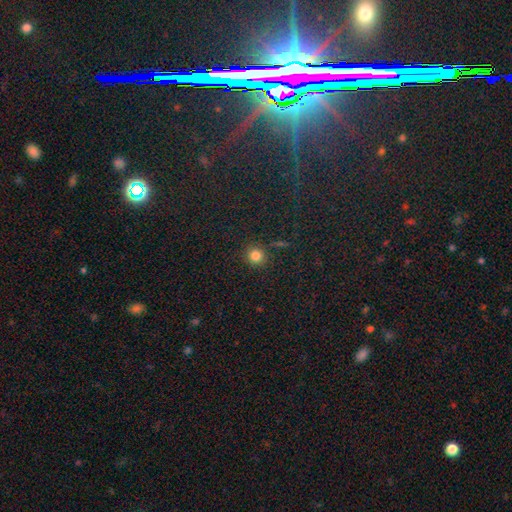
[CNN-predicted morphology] Smooth or featured: smooth — 81% (star or artifact — 14%)
How rounded: round — 92% (in between — 7%)
Merging: none — 87% (minor disturbance — 8%)